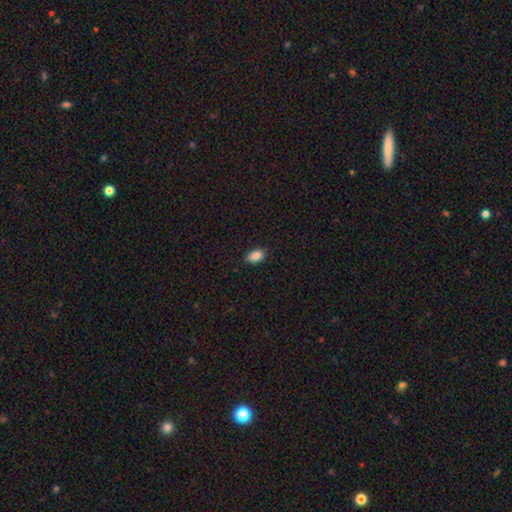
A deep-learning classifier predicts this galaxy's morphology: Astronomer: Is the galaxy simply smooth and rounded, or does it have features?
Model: smooth — 87%.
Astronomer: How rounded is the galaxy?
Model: in between — 89%.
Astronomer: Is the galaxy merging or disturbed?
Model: none — 86%.